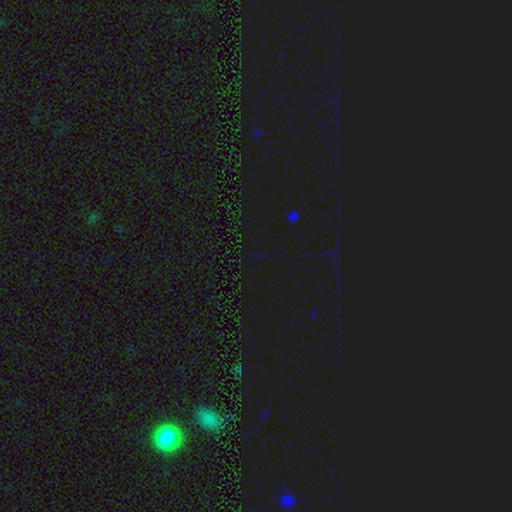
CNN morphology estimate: Smooth or featured? Predicted: star or artifact (p=0.78).